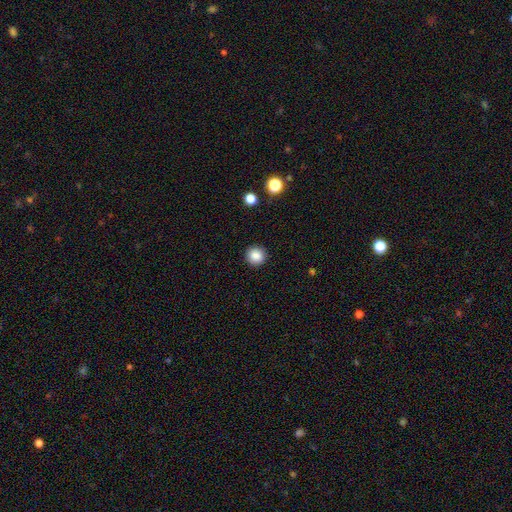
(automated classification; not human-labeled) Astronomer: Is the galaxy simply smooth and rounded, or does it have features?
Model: smooth — 87%.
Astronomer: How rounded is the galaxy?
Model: round — 93%.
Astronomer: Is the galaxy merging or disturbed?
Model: none — 92%.